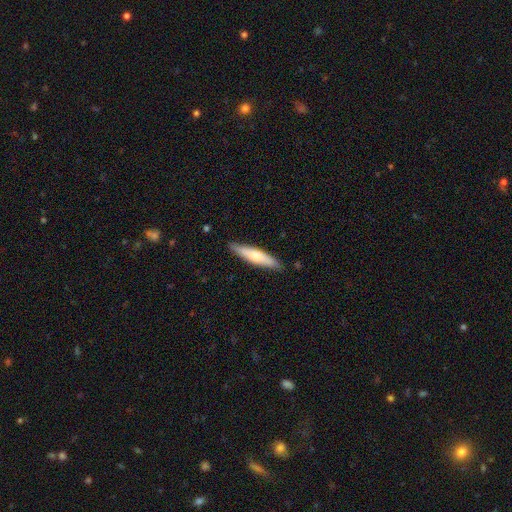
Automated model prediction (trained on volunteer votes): Smooth or featured? smooth (59%)
How rounded? cigar-shaped (82%)
Merging? none (88%)